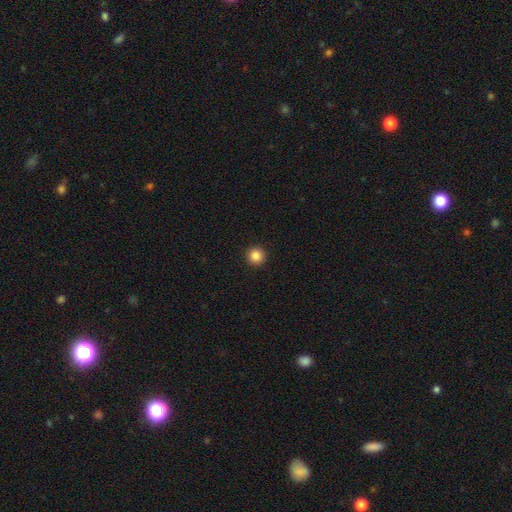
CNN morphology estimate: smooth-or-featured: smooth: 86% | star or artifact: 10% | featured or disk: 3%
  how-rounded: round: 96% | in between: 3% | cigar-shaped: 1%
  merging: none: 94% | minor disturbance: 4% | major disturbance: 1% | merger: 1%